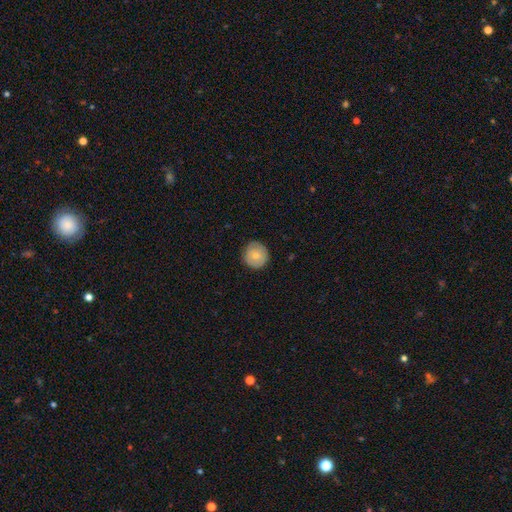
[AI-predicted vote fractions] Smooth or featured? smooth (77%)
How rounded? round (94%)
Merging? none (87%)